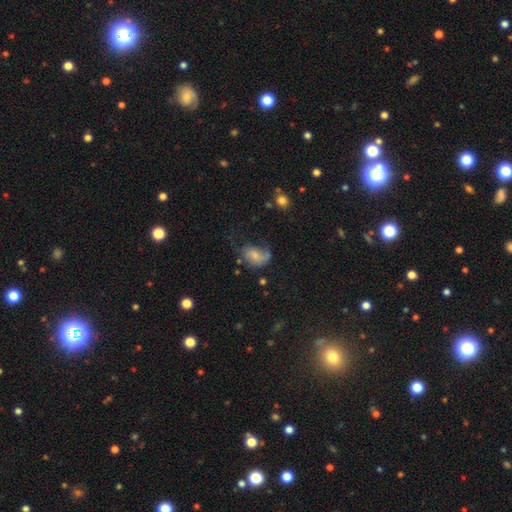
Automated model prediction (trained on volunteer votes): Q: Smooth or featured?
A: smooth (53%); runner-up: featured or disk (38%)
Q: How rounded?
A: in between (78%); runner-up: round (20%)
Q: Merging?
A: none (34%); runner-up: major disturbance (33%)